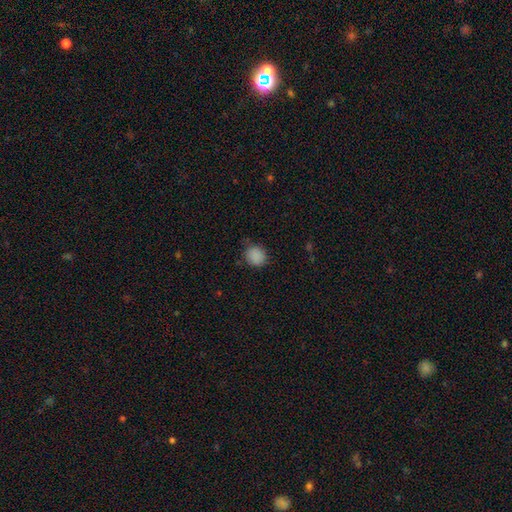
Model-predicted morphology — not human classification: Smooth or featured? Predicted: smooth (p=0.88). How rounded? Predicted: round (p=0.79). Merging? Predicted: none (p=0.79).